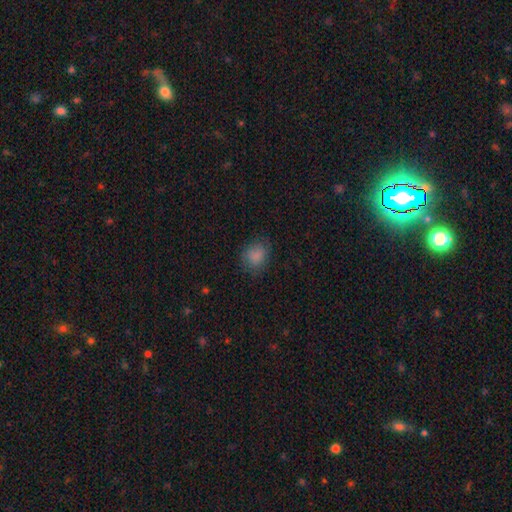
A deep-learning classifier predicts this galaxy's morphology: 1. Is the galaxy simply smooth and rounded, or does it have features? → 84% smooth, 11% star or artifact, 5% featured or disk.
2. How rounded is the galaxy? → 61% round, 38% in between, 1% cigar-shaped.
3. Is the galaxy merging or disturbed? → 78% none, 16% minor disturbance, 5% major disturbance, 1% merger.